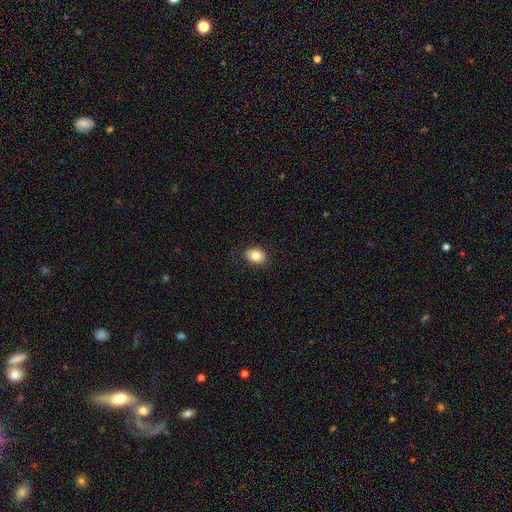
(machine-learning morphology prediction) type=smooth (79%); roundness=in between (69%); merging=none (85%).